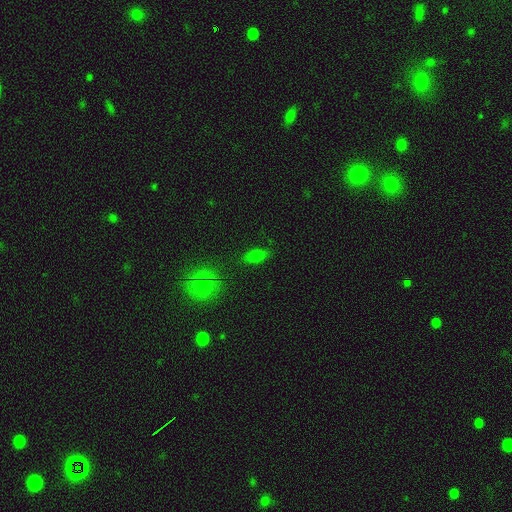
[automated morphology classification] A smooth galaxy with no disk features (73%) that is in between round and cigar-shaped (84%).

Vote fractions:
- Smooth or featured? smooth: 73% / star or artifact: 16% / featured or disk: 11%
- How rounded? in between: 84% / round: 9% / cigar-shaped: 7%
- Merging? none: 82% / minor disturbance: 12% / major disturbance: 3% / merger: 3%